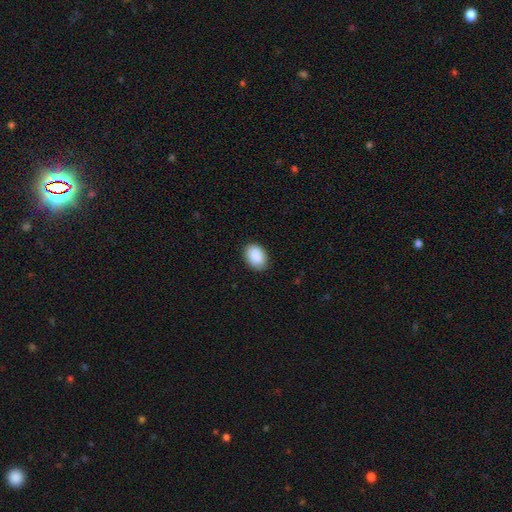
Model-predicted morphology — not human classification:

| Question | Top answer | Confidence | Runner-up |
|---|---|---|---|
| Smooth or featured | smooth | 89% | star or artifact (7%) |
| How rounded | in between | 83% | round (16%) |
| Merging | none | 86% | minor disturbance (11%) |